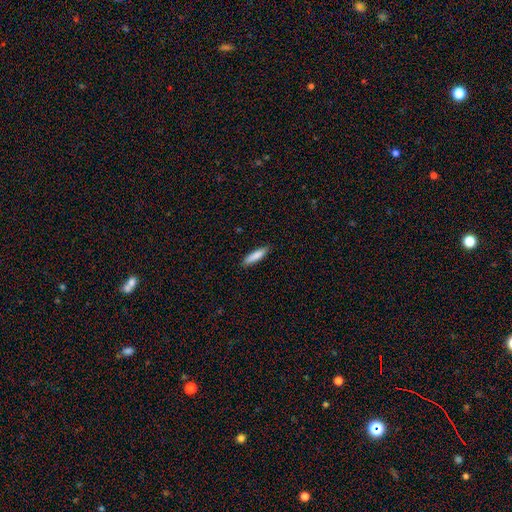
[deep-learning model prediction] Smooth or featured? smooth (86%)
How rounded? cigar-shaped (75%)
Merging? none (87%)